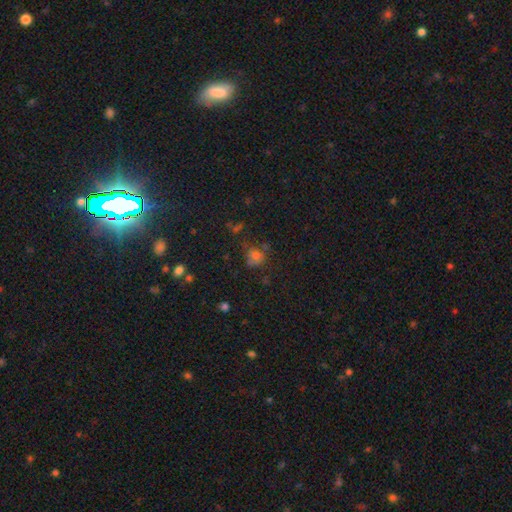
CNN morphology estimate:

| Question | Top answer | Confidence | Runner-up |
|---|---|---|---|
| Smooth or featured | smooth | 64% | star or artifact (25%) |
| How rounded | round | 73% | in between (26%) |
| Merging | none | 55% | minor disturbance (21%) |